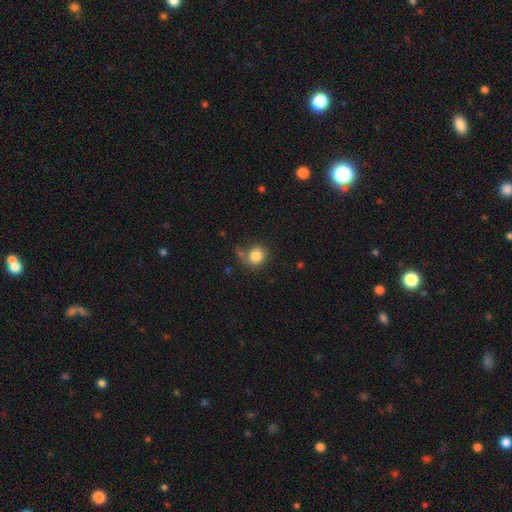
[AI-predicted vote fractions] Morphology: type=smooth (83%); roundness=round (84%); merging=none (64%).